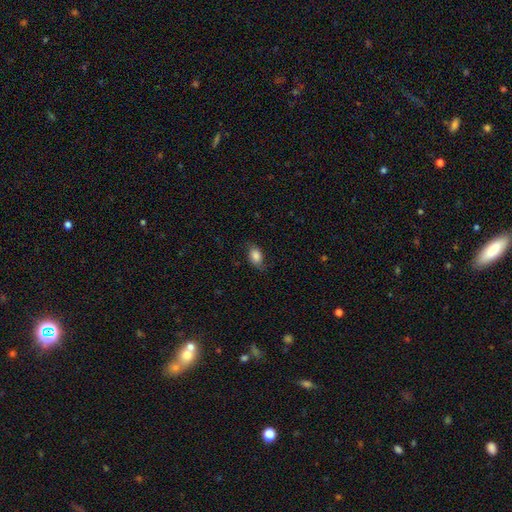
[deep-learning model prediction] Overall: smooth (80%). How rounded: in between (84%). Merging: none (72%).